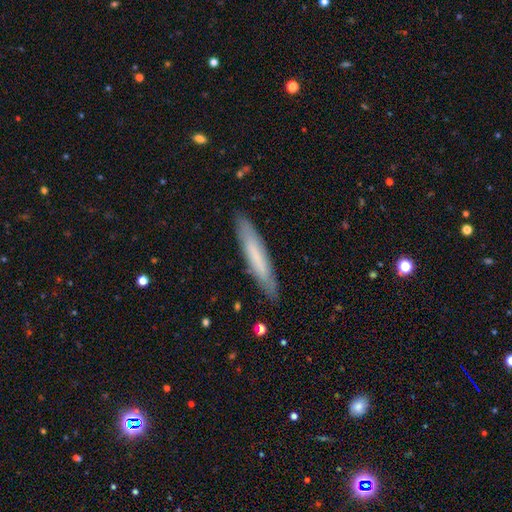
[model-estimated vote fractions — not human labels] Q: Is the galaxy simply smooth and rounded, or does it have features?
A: smooth — 62%.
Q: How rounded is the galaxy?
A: cigar-shaped — 91%.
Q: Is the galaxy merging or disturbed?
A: none — 88%.